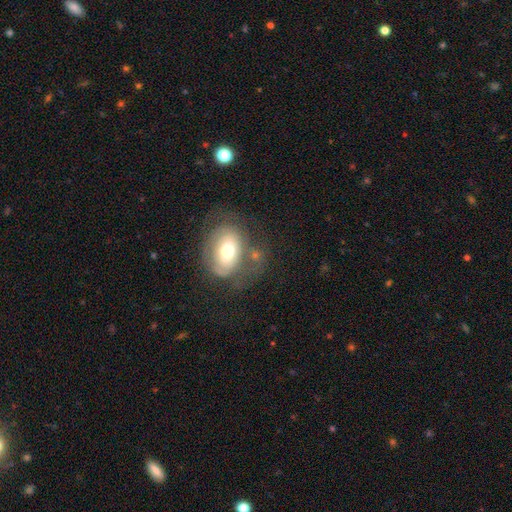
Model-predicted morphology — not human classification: Q: Smooth or featured?
A: smooth (48%); runner-up: featured or disk (43%)
Q: Merging?
A: none (51%); runner-up: minor disturbance (22%)